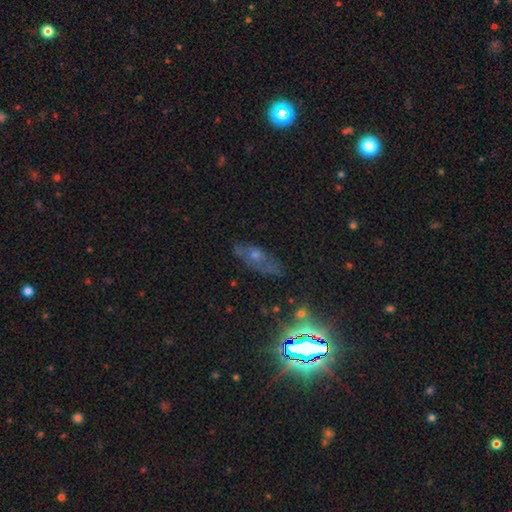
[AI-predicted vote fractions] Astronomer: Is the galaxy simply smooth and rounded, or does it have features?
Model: featured or disk — 37% (runner-up: smooth, 35%).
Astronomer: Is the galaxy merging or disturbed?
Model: none — 62%.